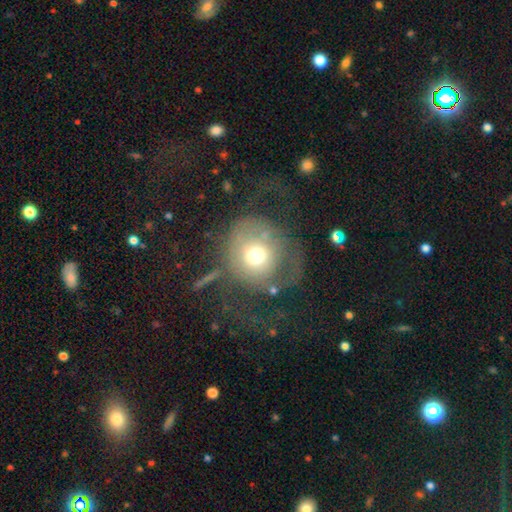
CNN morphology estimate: smooth 52%, featured or disk 37%, star or artifact 10%. Down the decision tree: how rounded — round (85%); merging — major disturbance (48%).